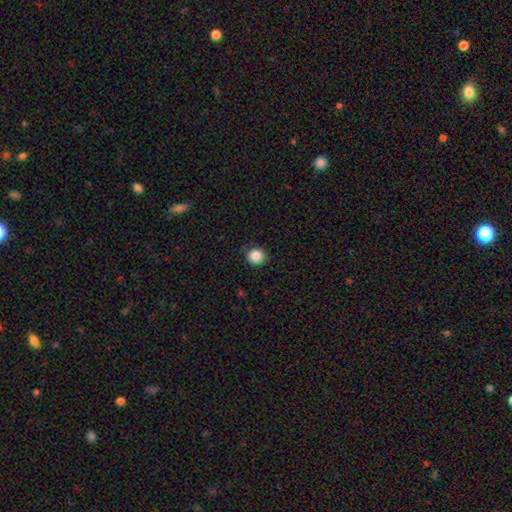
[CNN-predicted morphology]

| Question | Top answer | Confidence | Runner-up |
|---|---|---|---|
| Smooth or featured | smooth | 87% | star or artifact (10%) |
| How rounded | round | 91% | in between (8%) |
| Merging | none | 88% | minor disturbance (9%) |